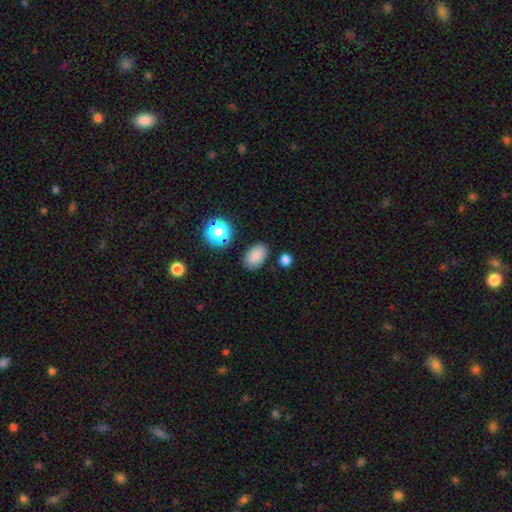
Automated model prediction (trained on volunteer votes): Overall: smooth (84%). How rounded: in between (86%). Merging: none (84%).